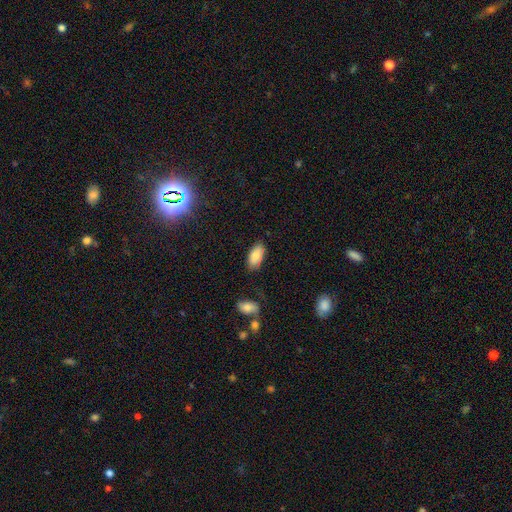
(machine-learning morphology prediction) Q: Smooth or featured?
A: smooth (82%); runner-up: featured or disk (11%)
Q: How rounded?
A: in between (93%); runner-up: cigar-shaped (5%)
Q: Merging?
A: none (76%); runner-up: minor disturbance (17%)